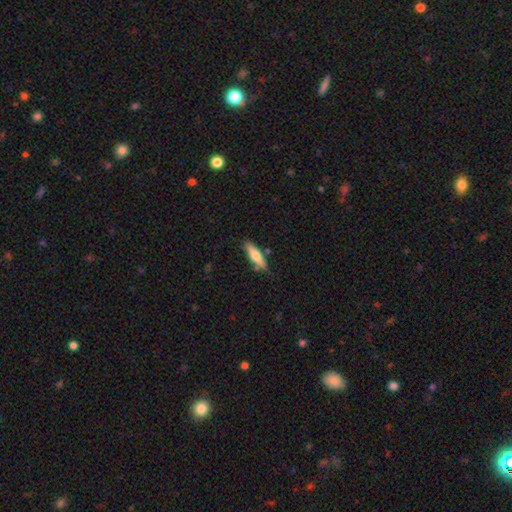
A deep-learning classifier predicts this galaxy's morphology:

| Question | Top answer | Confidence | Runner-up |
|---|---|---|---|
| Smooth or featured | smooth | 57% | featured or disk (37%) |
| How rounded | cigar-shaped | 67% | in between (31%) |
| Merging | none | 76% | minor disturbance (16%) |